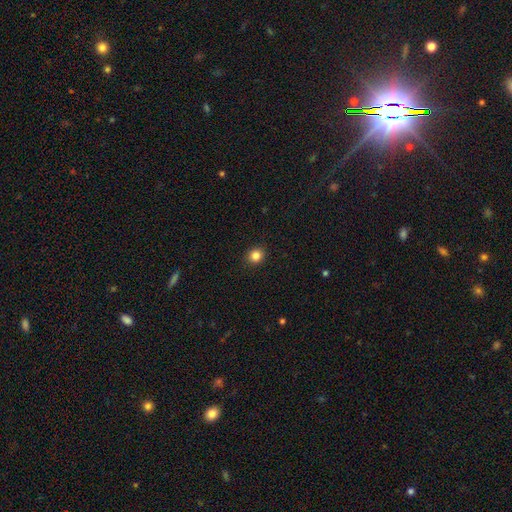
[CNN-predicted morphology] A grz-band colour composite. It shows a smooth galaxy with no disk features (84%) that is round (80%). Merging: none (91%).